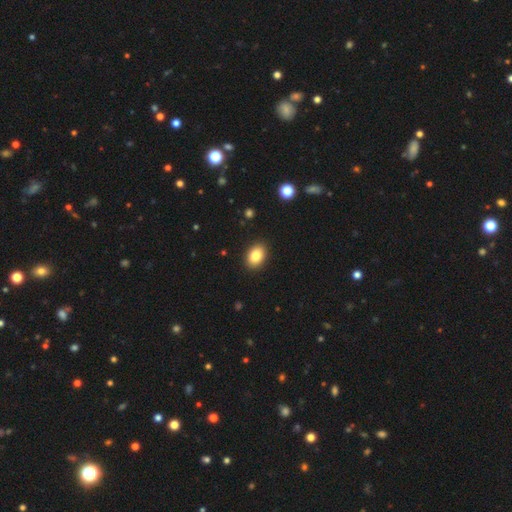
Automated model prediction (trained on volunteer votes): Smooth or featured: smooth — 86% (star or artifact — 8%)
How rounded: in between — 83% (round — 16%)
Merging: none — 90% (minor disturbance — 7%)